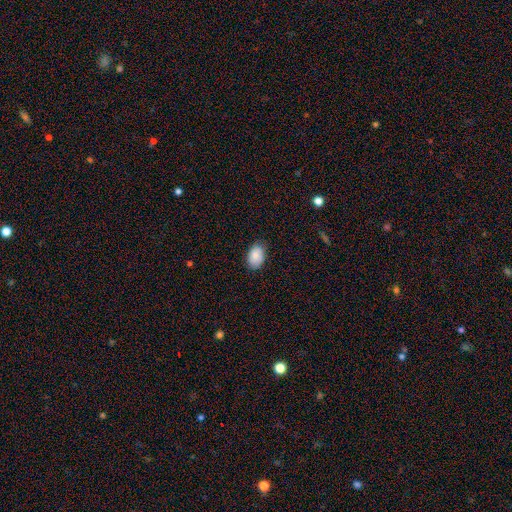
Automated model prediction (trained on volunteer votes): A smooth galaxy with no disk features (83%) that is in between round and cigar-shaped (89%). Merging: none (76%).